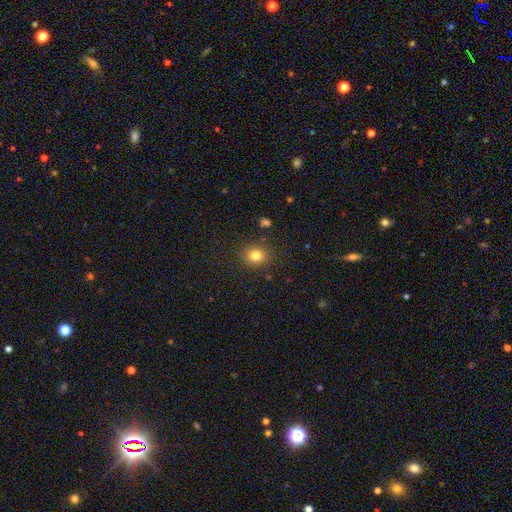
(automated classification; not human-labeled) Morphology: type=smooth (81%); roundness=round (69%); merging=none (86%).